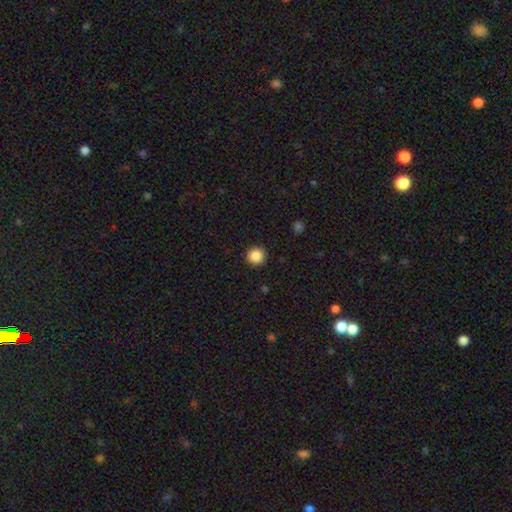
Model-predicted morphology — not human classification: A smooth galaxy with no disk features (87%) that is round (95%). Merging: none (93%).